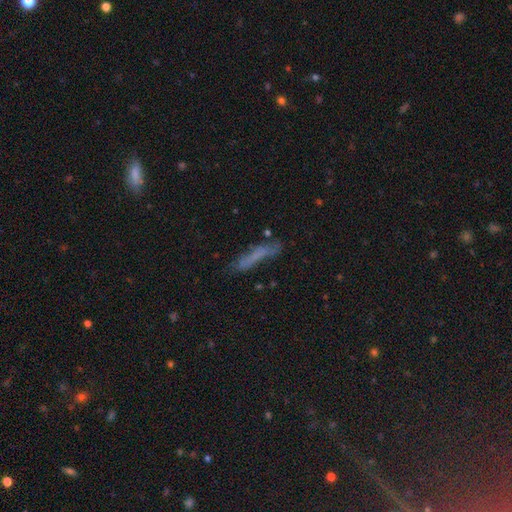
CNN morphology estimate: Smooth or featured?
  - smooth: 58% *
  - featured or disk: 29%
  - star or artifact: 12%
How rounded?
  - cigar-shaped: 88% *
  - in between: 10%
  - round: 2%
Merging?
  - none: 63% *
  - minor disturbance: 22%
  - major disturbance: 11%
  - merger: 4%